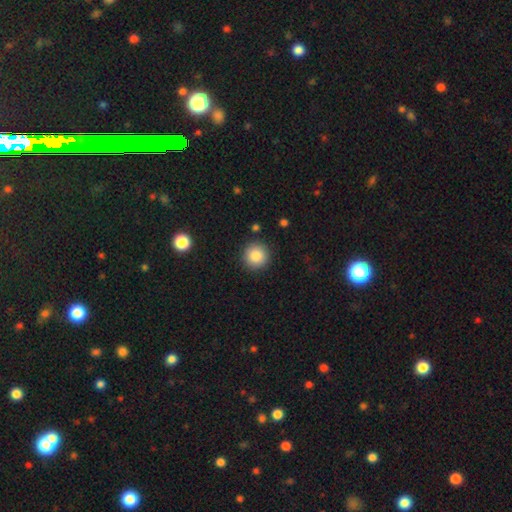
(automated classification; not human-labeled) smooth-or-featured: smooth: 86% | star or artifact: 9% | featured or disk: 5%
  how-rounded: round: 95% | in between: 4% | cigar-shaped: 1%
  merging: none: 90% | minor disturbance: 6% | major disturbance: 2% | merger: 2%